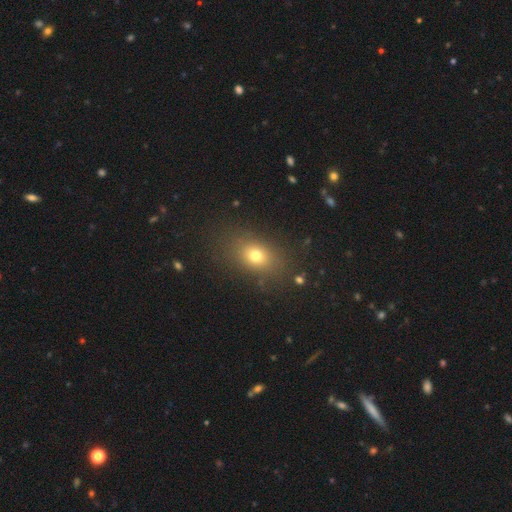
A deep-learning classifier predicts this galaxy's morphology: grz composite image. It shows a smooth galaxy with no disk features (73%) that is in between round and cigar-shaped (63%). Merging: none (81%).